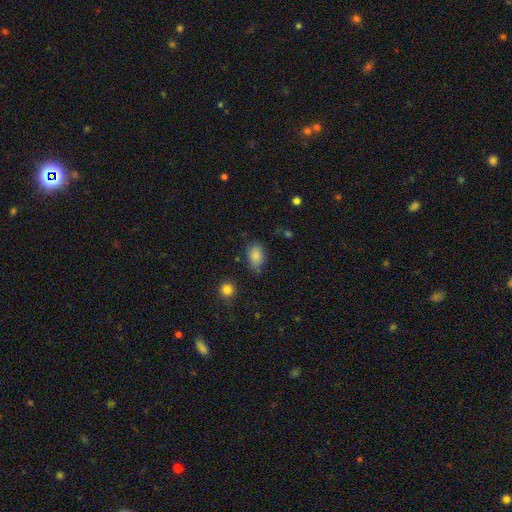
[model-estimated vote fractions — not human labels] Overall: smooth (84%). How rounded: in between (82%). Merging: none (70%).